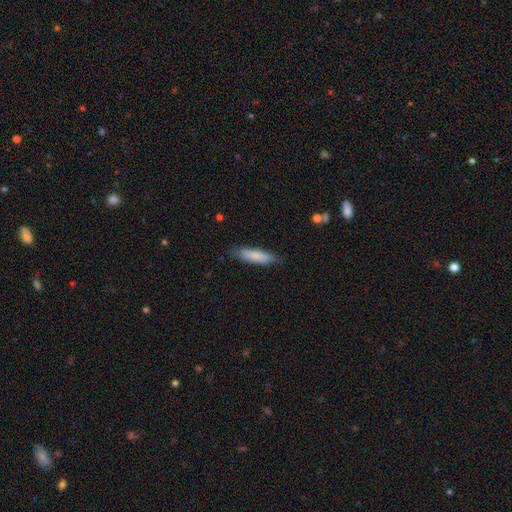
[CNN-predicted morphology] The model was most divided on "how rounded": cigar-shaped: 71%, in between: 28%, round: 1%. More confident: merging — none (80%); smooth or featured — smooth (79%).